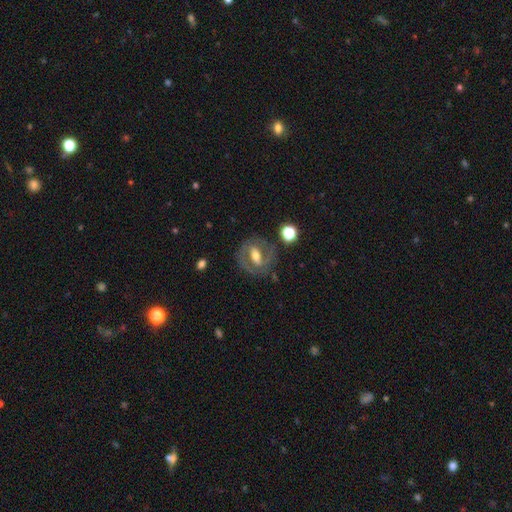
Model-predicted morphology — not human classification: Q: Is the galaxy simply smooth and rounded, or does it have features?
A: featured or disk — 69%.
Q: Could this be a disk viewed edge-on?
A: no — 92%.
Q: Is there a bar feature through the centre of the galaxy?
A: strong — 43%.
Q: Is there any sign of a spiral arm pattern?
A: yes — 63%.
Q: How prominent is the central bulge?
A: moderate — 62%.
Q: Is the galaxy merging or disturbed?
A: none — 71%.